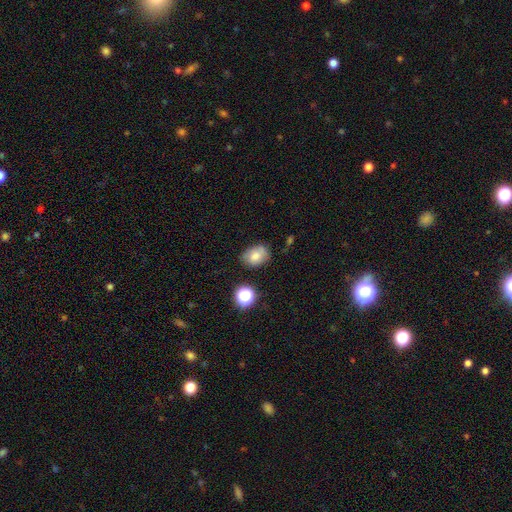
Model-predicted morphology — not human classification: Smooth or featured: smooth — 74% (featured or disk — 15%)
How rounded: in between — 70% (round — 29%)
Merging: none — 71% (minor disturbance — 21%)